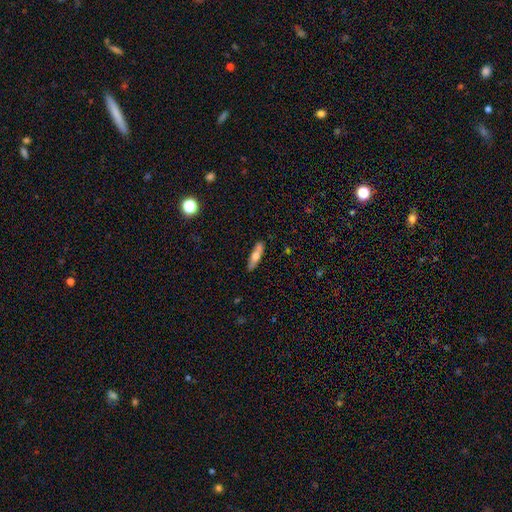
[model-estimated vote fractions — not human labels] The model was most divided on "smooth or featured": smooth: 58%, featured or disk: 36%, star or artifact: 6%. More confident: merging — none (82%); how rounded — cigar-shaped (69%).